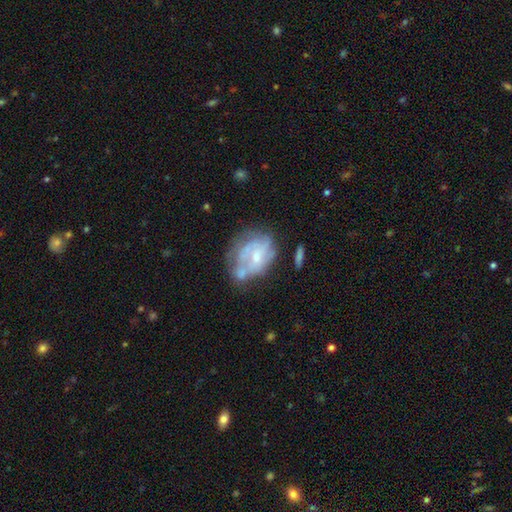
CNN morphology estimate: A featured or disk galaxy (68%) with no bar (70%), spiral arms (61%) and a small central bulge (63%). Merging: none (39%).